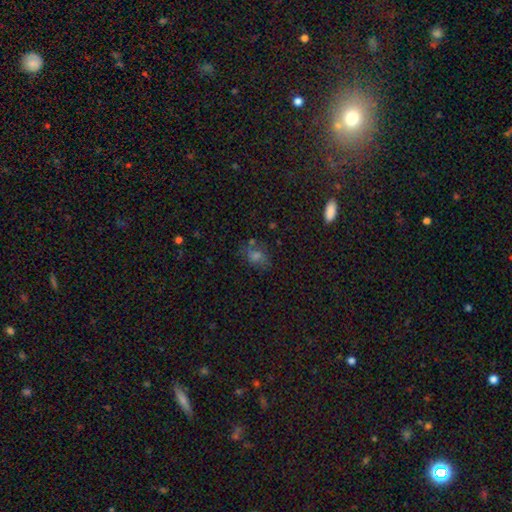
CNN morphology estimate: Smooth or featured? Predicted: smooth (p=0.49). Merging? Predicted: none (p=0.66).